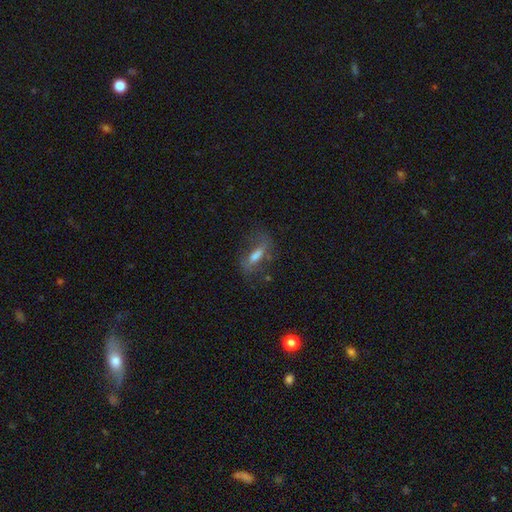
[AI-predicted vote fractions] smooth_or_featured: smooth (p=0.44) [alt: featured or disk p=0.43]
merging: none (p=0.58) [alt: minor disturbance p=0.21]